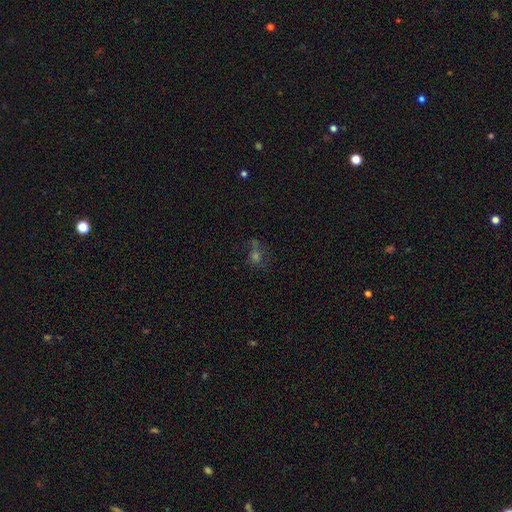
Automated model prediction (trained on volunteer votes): Q: Smooth or featured?
A: smooth (37%); tied with: star or artifact (37%)
Q: Merging?
A: none (52%); runner-up: minor disturbance (18%)